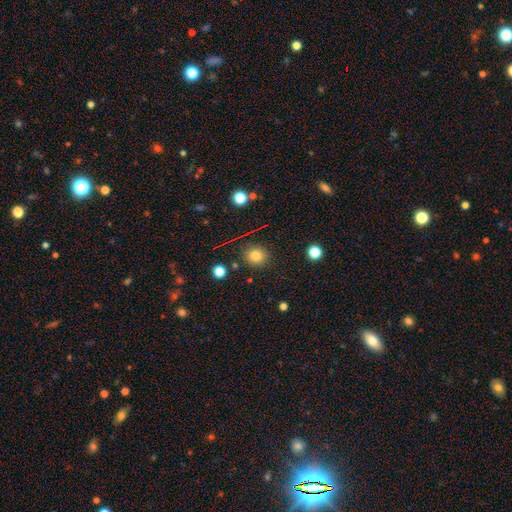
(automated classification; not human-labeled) A smooth galaxy with no disk features (80%) that is round (83%). Merging: none (86%).